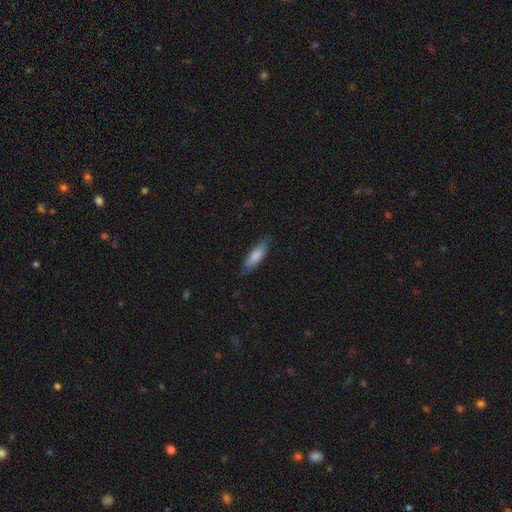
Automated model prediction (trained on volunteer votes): Smooth or featured? smooth (80%)
How rounded? cigar-shaped (52%)
Merging? none (78%)